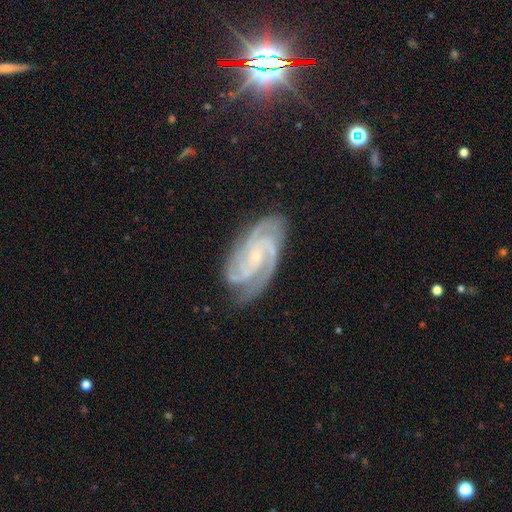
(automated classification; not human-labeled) Q: Smooth or featured?
A: featured or disk (91%); runner-up: star or artifact (5%)
Q: Edge-on disk?
A: no (97%); runner-up: yes (3%)
Q: Bar?
A: no (61%); runner-up: weak (28%)
Q: Spiral arms?
A: yes (99%); runner-up: no (1%)
Q: Spiral winding?
A: tight (64%); runner-up: medium (32%)
Q: Spiral arm count?
A: 3 (47%); runner-up: 4 (18%)
Q: Bulge size?
A: small (82%); runner-up: moderate (13%)
Q: Merging?
A: none (77%); runner-up: minor disturbance (17%)